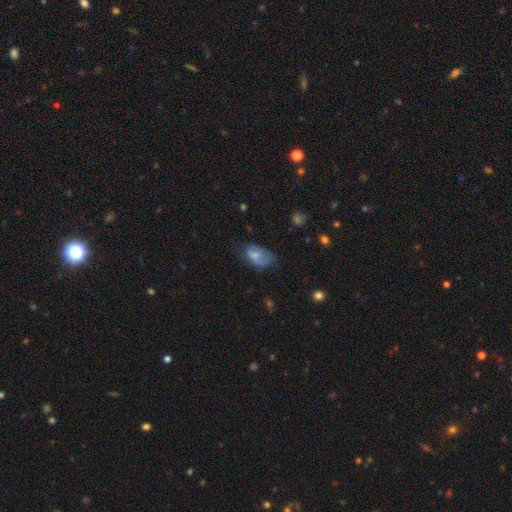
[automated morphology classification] smooth 64%, featured or disk 27%, star or artifact 9%. Down the decision tree: how rounded — in between (90%); merging — none (43%).